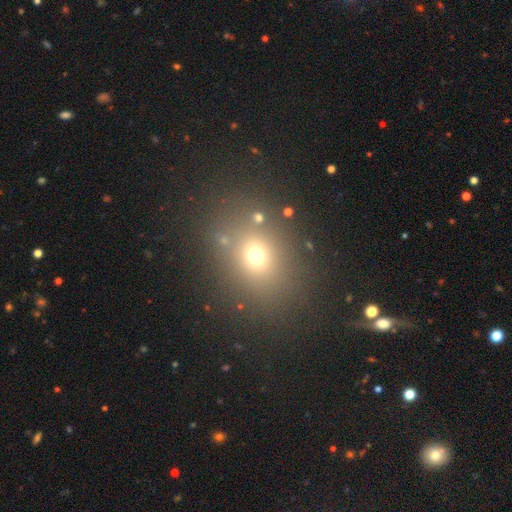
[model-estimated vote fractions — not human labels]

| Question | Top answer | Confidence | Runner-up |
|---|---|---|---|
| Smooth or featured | smooth | 66% | star or artifact (23%) |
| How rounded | round | 57% | in between (42%) |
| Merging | none | 81% | minor disturbance (10%) |